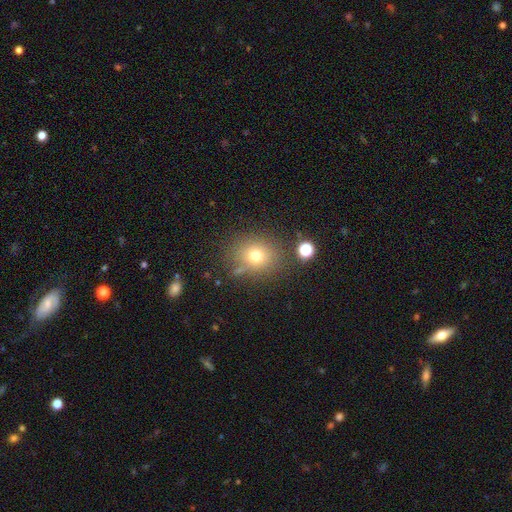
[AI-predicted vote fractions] Smooth or featured? smooth (72%)
How rounded? round (73%)
Merging? none (77%)